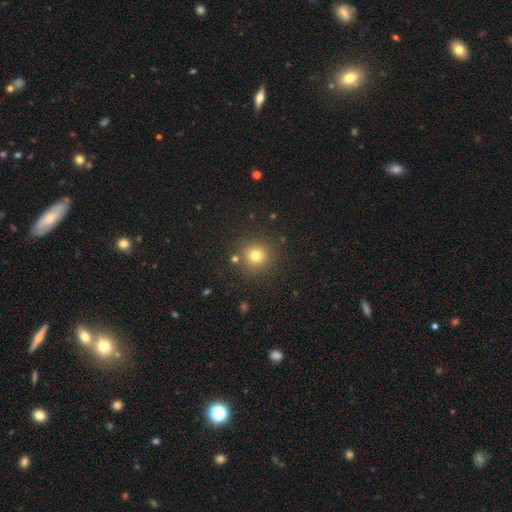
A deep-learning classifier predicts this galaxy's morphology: smooth_or_featured: smooth (p=0.77) [alt: star or artifact p=0.16]
how_rounded: round (p=0.93) [alt: in between p=0.06]
merging: none (p=0.85) [alt: minor disturbance p=0.07]